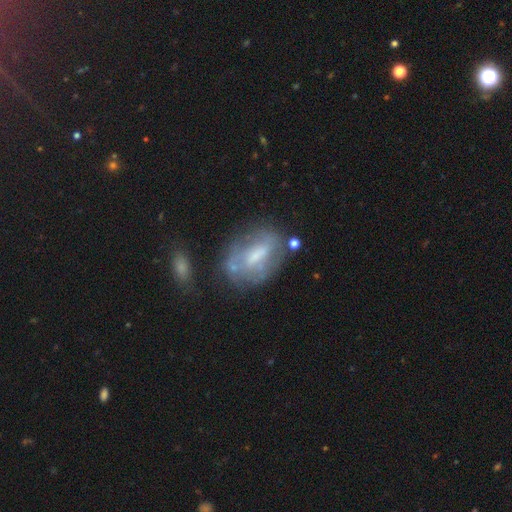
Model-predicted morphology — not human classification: Smooth or featured: featured or disk — 57% (smooth — 34%)
Edge-on disk: no — 92% (yes — 8%)
Bar: weak — 43% (no — 32%)
Spiral arms: no — 61% (yes — 39%)
Bulge size: moderate — 38% (small — 36%)
Merging: none — 55% (minor disturbance — 22%)